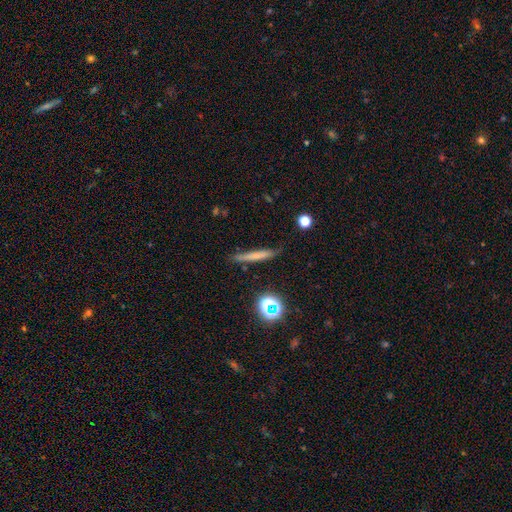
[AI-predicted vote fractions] Smooth or featured? smooth (61%)
How rounded? cigar-shaped (91%)
Merging? none (80%)